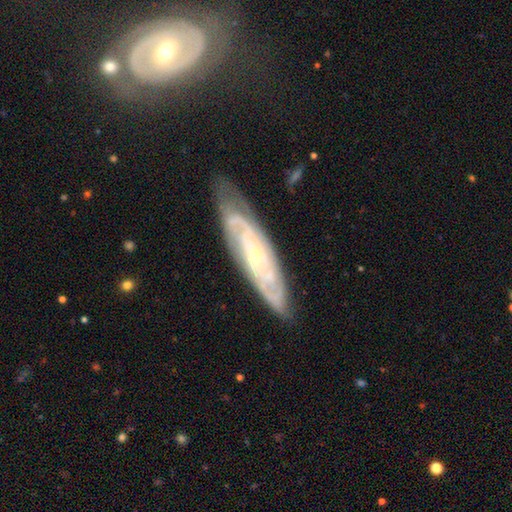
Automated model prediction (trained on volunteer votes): smooth-or-featured: featured or disk: 81% | smooth: 13% | star or artifact: 6%
  disk-edge-on: no: 78% | yes: 22%
    bar: no: 66% | weak: 26% | strong: 8%
    has-spiral-arms: yes: 93% | no: 7%
      spiral-winding: tight: 68% | medium: 27% | loose: 6%
      spiral-arm-count: can't tell: 45% | 2: 26% | 3: 14% | 4: 8% | more than 4: 4% | 1: 4%
    bulge-size: small: 76% | moderate: 19% | none: 2% | large: 1% | dominant: 1%
  merging: none: 73% | minor disturbance: 20% | major disturbance: 5% | merger: 2%